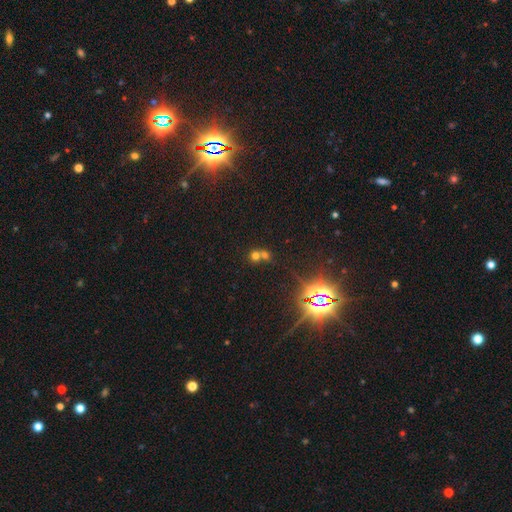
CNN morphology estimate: This is possibly a smooth galaxy (58%). How rounded: clearly round (82%). Merging: possibly merger (52%).